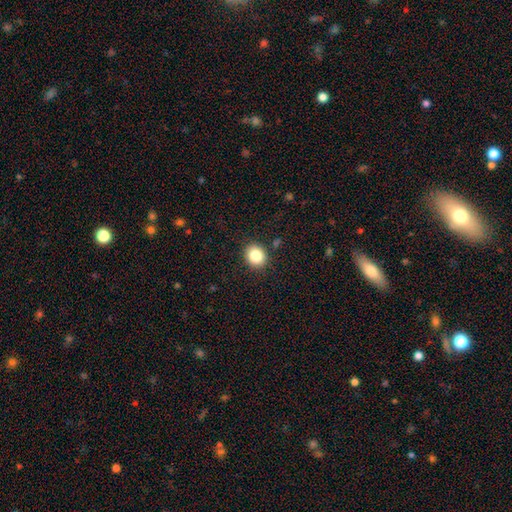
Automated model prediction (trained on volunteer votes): Overall: smooth (84%). How rounded: round (71%). Merging: none (89%).